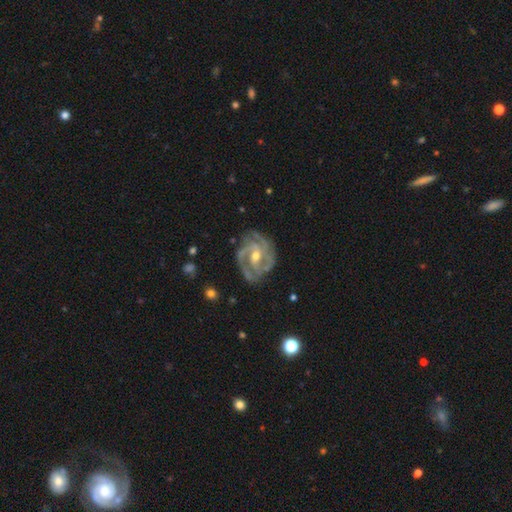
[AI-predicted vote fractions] Smooth or featured?
  - featured or disk: 92% *
  - star or artifact: 5%
  - smooth: 4%
Edge-on disk?
  - no: 98% *
  - yes: 2%
Bar?
  - weak: 43% *
  - no: 33%
  - strong: 23%
Spiral arms?
  - yes: 98% *
  - no: 2%
Spiral winding?
  - tight: 56% *
  - medium: 39%
  - loose: 6%
Spiral arm count?
  - 3: 47% *
  - 2: 25%
  - 4: 10%
  - can't tell: 9%
  - 1: 5%
  - more than 4: 5%
Bulge size?
  - moderate: 56% *
  - small: 41%
  - large: 1%
  - none: 1%
  - dominant: 1%
Merging?
  - none: 76% *
  - minor disturbance: 17%
  - major disturbance: 6%
  - merger: 1%